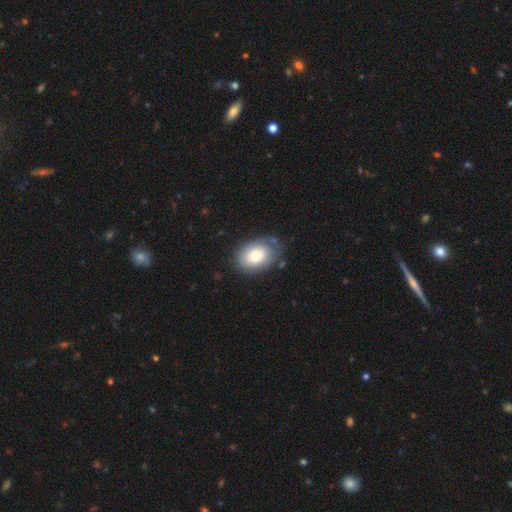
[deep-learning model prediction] This is likely a smooth galaxy (66%). How rounded: clearly in between (83%). Merging: likely none (63%).